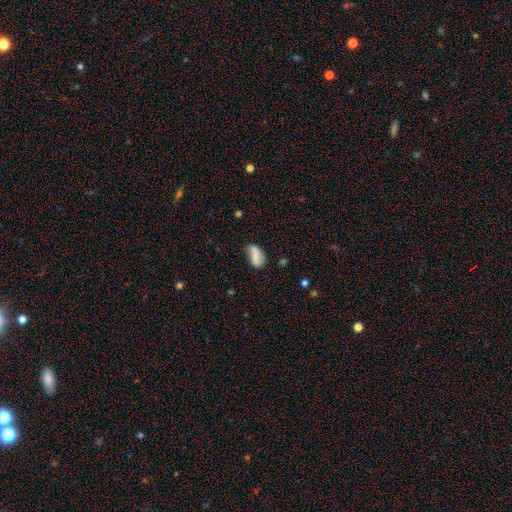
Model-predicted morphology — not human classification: Q: Smooth or featured?
A: smooth (62%); runner-up: featured or disk (29%)
Q: How rounded?
A: in between (86%); runner-up: cigar-shaped (8%)
Q: Merging?
A: none (57%); runner-up: minor disturbance (27%)